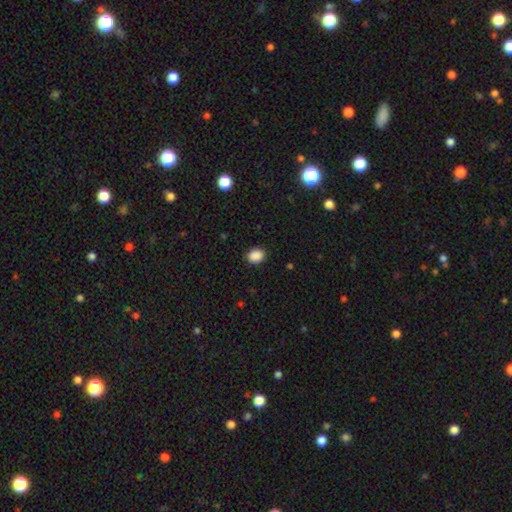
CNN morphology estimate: smooth 89%, star or artifact 9%, featured or disk 2%. Down the decision tree: how rounded — round (62%); merging — none (90%).